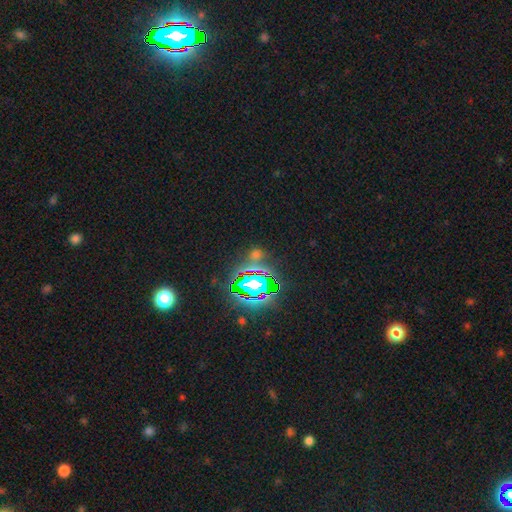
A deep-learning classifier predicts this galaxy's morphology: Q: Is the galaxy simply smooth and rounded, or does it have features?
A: star or artifact — 62%.